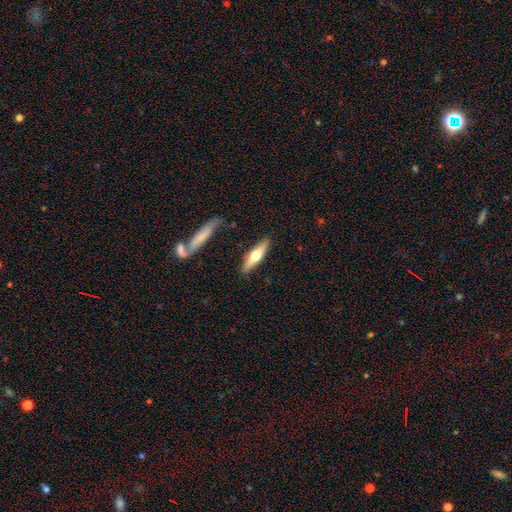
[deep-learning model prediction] A smooth galaxy with no disk features (48%). Merging: none (84%).